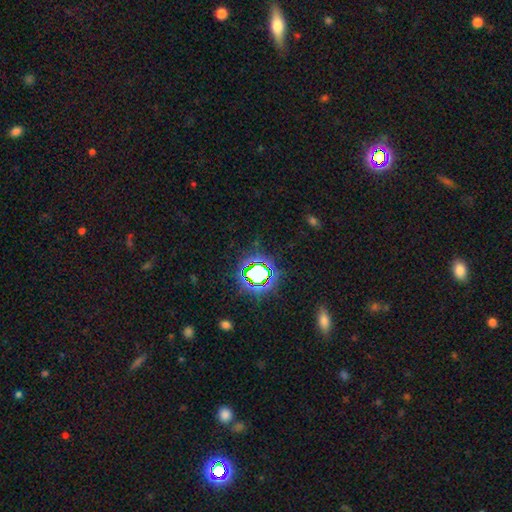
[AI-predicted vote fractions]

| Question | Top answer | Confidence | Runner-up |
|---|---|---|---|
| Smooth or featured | star or artifact | 78% | smooth (14%) |